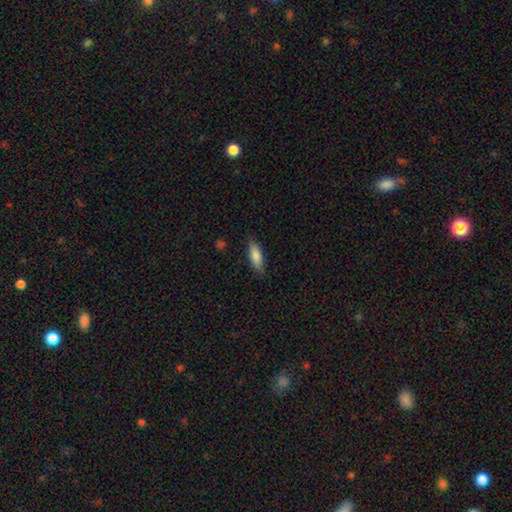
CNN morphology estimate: The model was most divided on "how rounded": in between: 66%, cigar-shaped: 32%, round: 2%. More confident: smooth or featured — smooth (83%); merging — none (79%).